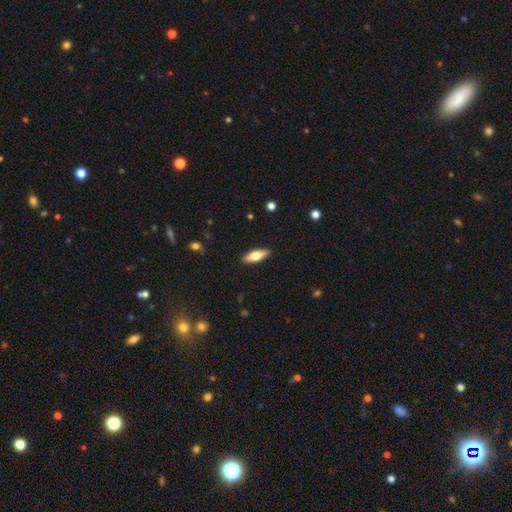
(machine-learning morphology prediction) A smooth galaxy with no disk features (57%) that is in between round and cigar-shaped (56%). Merging: none (90%).